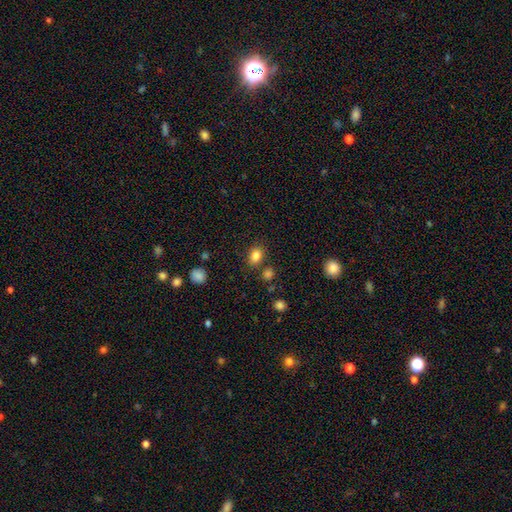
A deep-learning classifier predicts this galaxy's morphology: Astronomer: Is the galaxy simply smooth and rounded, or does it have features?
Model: smooth — 84%.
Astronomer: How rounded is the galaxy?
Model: in between — 60% (runner-up: round, 39%).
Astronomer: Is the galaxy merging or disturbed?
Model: none — 77%.